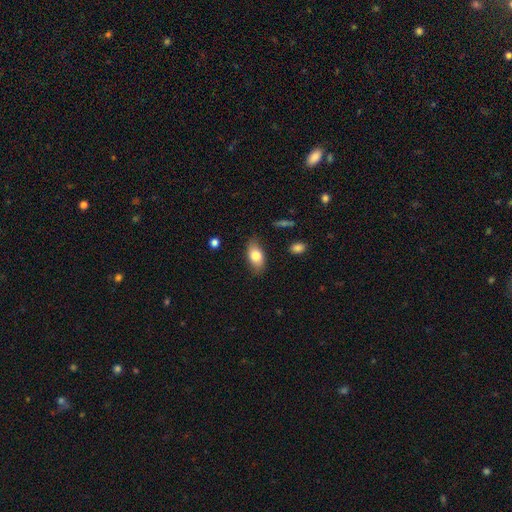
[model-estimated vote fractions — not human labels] Smooth or featured?
  - smooth: 78% *
  - featured or disk: 15%
  - star or artifact: 7%
How rounded?
  - in between: 89% *
  - round: 7%
  - cigar-shaped: 4%
Merging?
  - none: 81% *
  - minor disturbance: 14%
  - major disturbance: 3%
  - merger: 1%